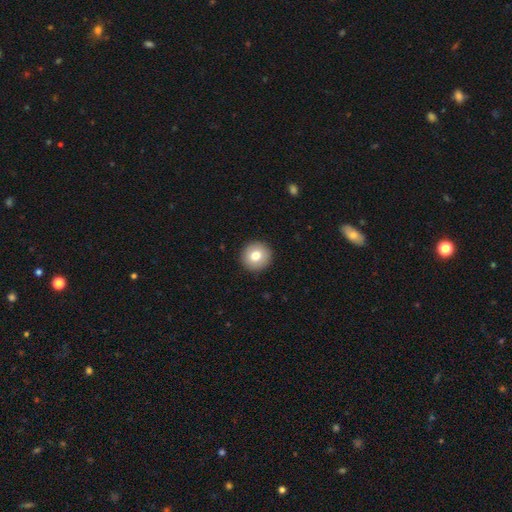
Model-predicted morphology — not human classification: smooth_or_featured: smooth (p=0.78) [alt: featured or disk p=0.13]
how_rounded: round (p=0.95) [alt: in between p=0.04]
merging: none (p=0.93) [alt: minor disturbance p=0.05]